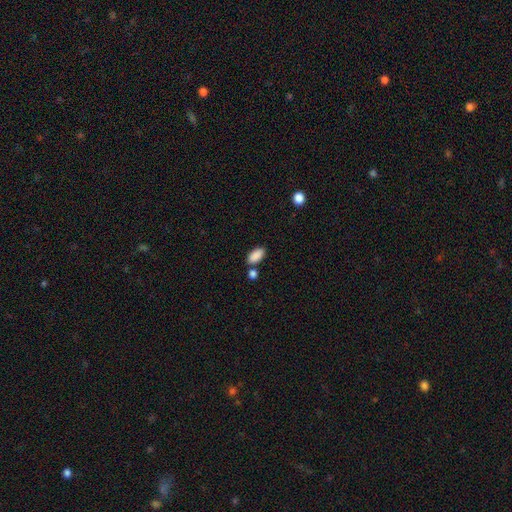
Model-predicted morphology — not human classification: smooth 89%, star or artifact 7%, featured or disk 4%. Down the decision tree: how rounded — in between (92%); merging — none (72%).